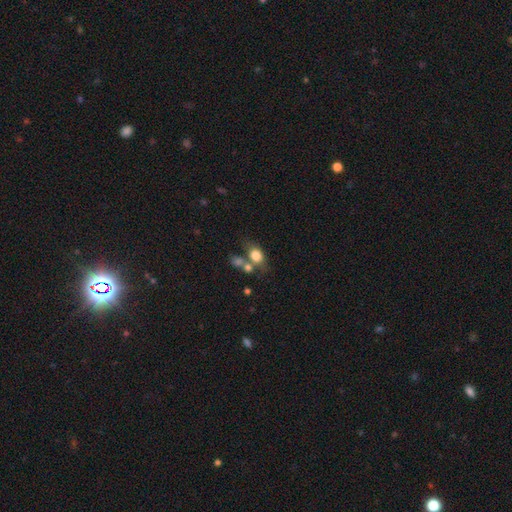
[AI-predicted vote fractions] Overall: smooth (77%). How rounded: in between (64%; round 34%). Merging: none (39%; merger 37%).